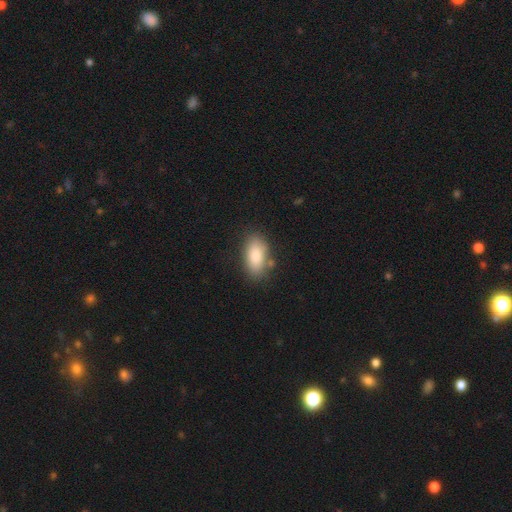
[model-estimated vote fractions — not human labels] Smooth or featured: smooth — 84% (featured or disk — 9%)
How rounded: in between — 91% (cigar-shaped — 5%)
Merging: none — 77% (minor disturbance — 15%)